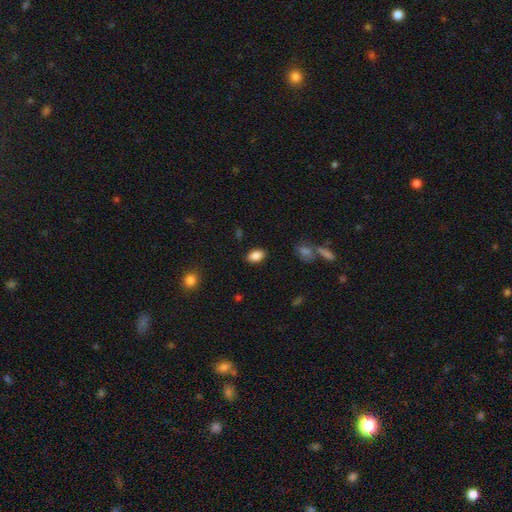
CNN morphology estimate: Q: Smooth or featured?
A: smooth (87%); runner-up: star or artifact (8%)
Q: How rounded?
A: in between (90%); runner-up: round (9%)
Q: Merging?
A: none (87%); runner-up: minor disturbance (9%)